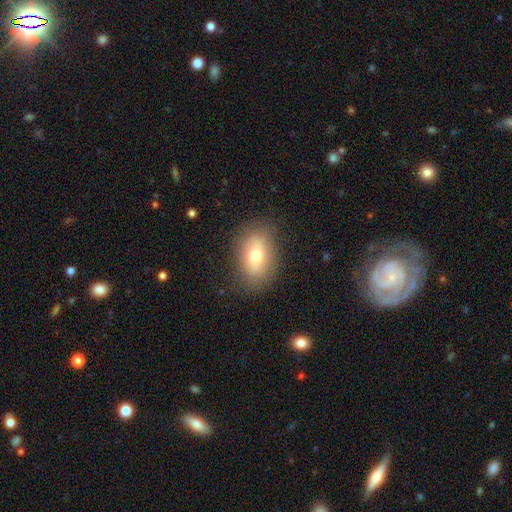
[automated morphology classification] Smooth or featured?
  - smooth: 70% *
  - featured or disk: 21%
  - star or artifact: 9%
How rounded?
  - in between: 81% *
  - round: 18%
  - cigar-shaped: 2%
Merging?
  - none: 82% *
  - minor disturbance: 12%
  - major disturbance: 4%
  - merger: 1%